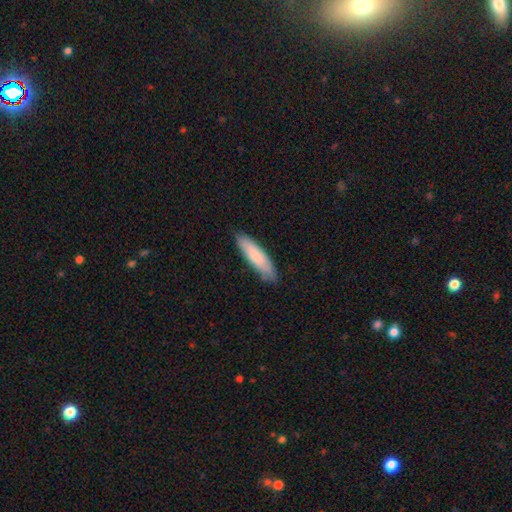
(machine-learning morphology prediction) Smooth or featured? Predicted: smooth (p=0.80). How rounded? Predicted: cigar-shaped (p=0.71). Merging? Predicted: none (p=0.85).